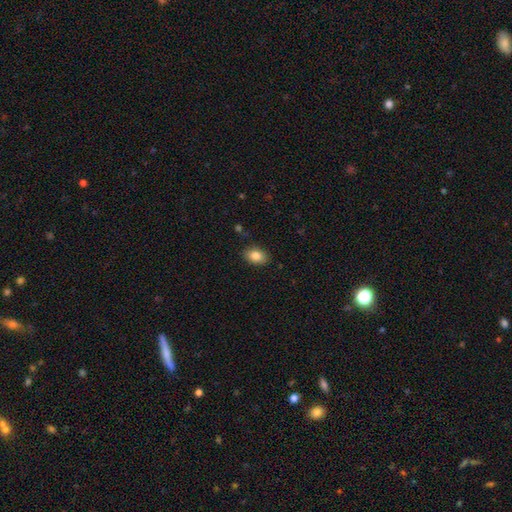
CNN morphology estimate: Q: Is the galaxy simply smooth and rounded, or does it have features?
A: smooth — 85%.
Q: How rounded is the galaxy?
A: in between — 86%.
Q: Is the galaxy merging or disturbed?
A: none — 86%.